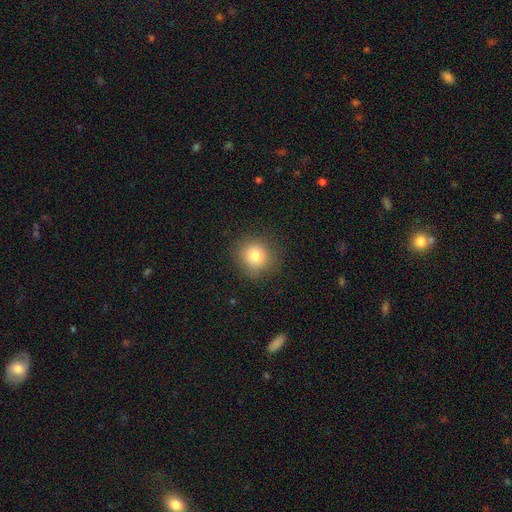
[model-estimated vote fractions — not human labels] This appears to be a smooth galaxy with no disk features (80%) that is round (88%). Merging: none (86%).